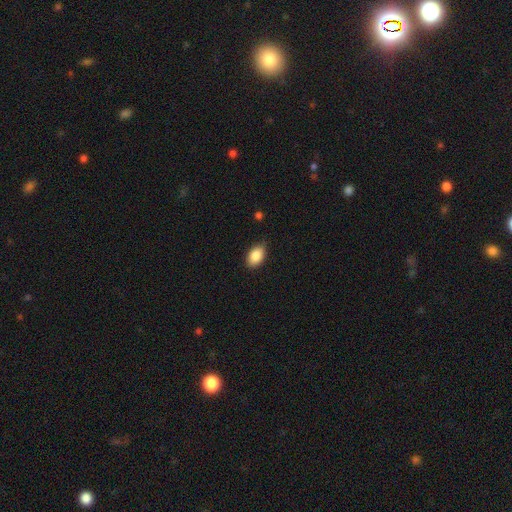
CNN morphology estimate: smooth_or_featured: smooth (p=0.87) [alt: star or artifact p=0.07]
how_rounded: in between (p=0.90) [alt: round p=0.09]
merging: none (p=0.84) [alt: minor disturbance p=0.12]